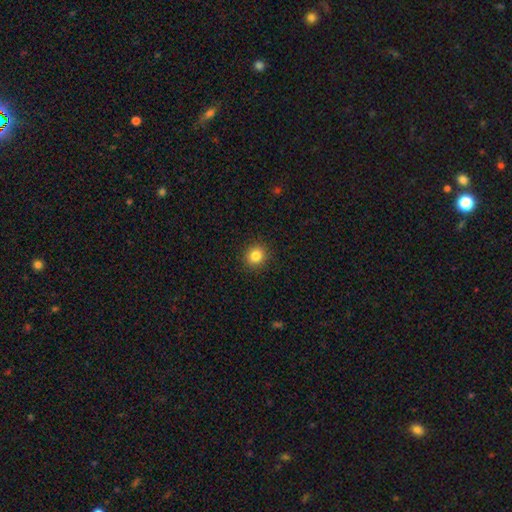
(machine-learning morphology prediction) This appears to be a smooth galaxy with no disk features (84%) that is round (85%). Merging: none (92%).